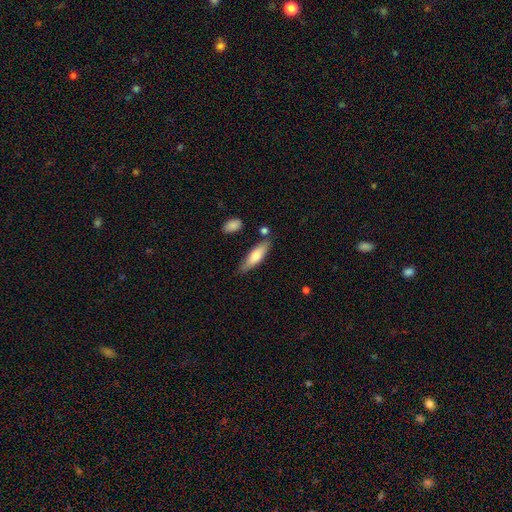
A smooth galaxy with no disk features (63%) that is cigar-shaped (67%).

Vote fractions:
- Smooth or featured? smooth: 63% / featured or disk: 34% / star or artifact: 3%
- How rounded? cigar-shaped: 67% / in between: 29% / round: 4%
- Merging? none: 78% / minor disturbance: 11% / major disturbance: 5% / merger: 5%